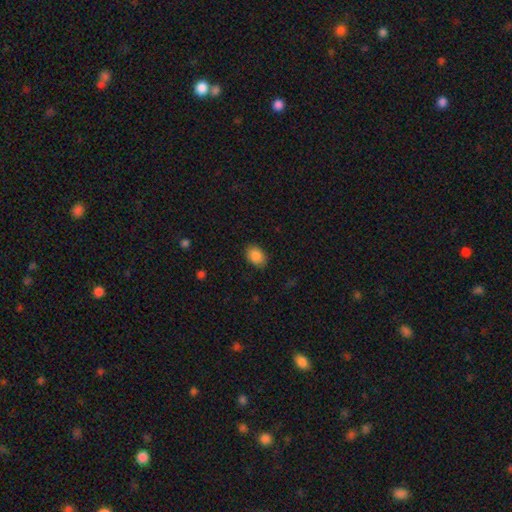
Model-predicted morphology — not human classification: smooth 88%, star or artifact 8%, featured or disk 5%. Down the decision tree: how rounded — in between (76%); merging — none (85%).